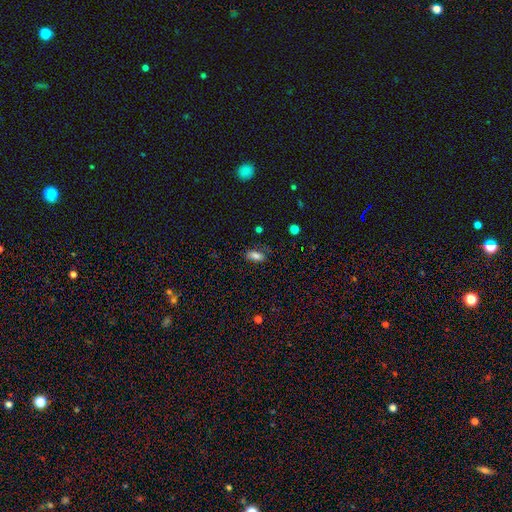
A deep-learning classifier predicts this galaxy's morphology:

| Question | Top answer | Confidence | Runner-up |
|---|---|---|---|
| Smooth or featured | smooth | 80% | star or artifact (12%) |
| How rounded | in between | 85% | cigar-shaped (9%) |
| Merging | none | 73% | minor disturbance (20%) |